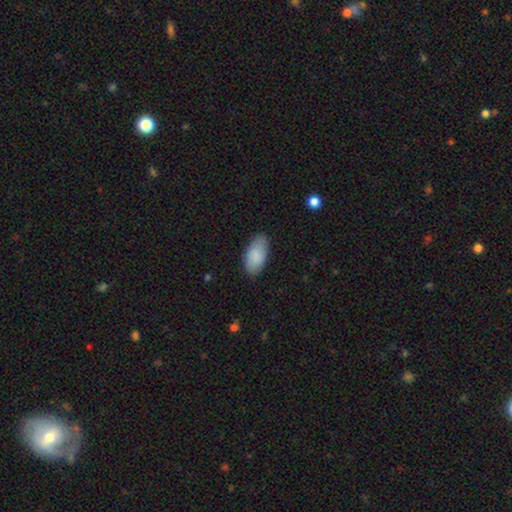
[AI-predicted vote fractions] This appears to be a smooth galaxy with no disk features (88%) that is in between round and cigar-shaped (94%). Merging: none (82%).